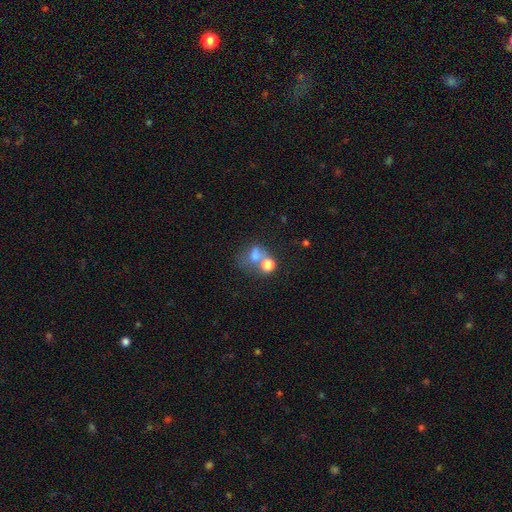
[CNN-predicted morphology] This is likely a smooth galaxy (66%). How rounded: possibly round (57%). Merging: possibly merger (50%).